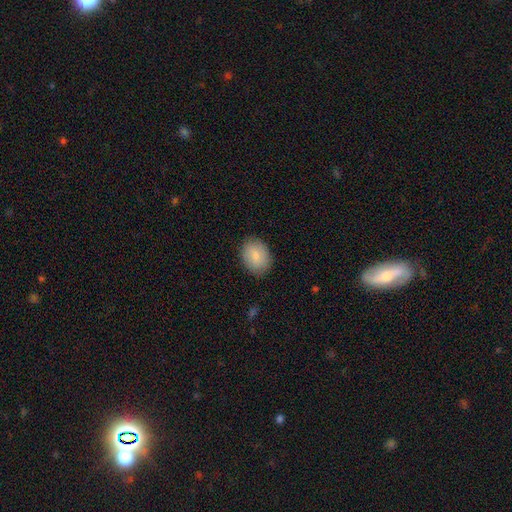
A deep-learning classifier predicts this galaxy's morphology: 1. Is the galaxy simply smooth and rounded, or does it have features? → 81% smooth, 12% featured or disk, 7% star or artifact.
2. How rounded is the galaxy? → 60% in between, 39% round, 1% cigar-shaped.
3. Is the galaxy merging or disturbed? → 85% none, 12% minor disturbance, 3% major disturbance, 1% merger.